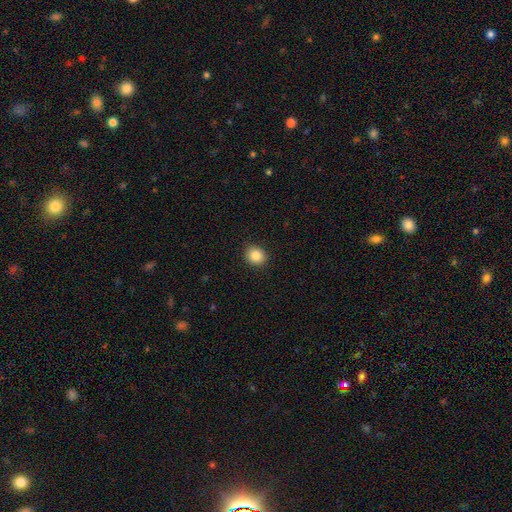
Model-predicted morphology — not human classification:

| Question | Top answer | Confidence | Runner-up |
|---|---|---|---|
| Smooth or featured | smooth | 86% | star or artifact (9%) |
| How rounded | round | 70% | in between (29%) |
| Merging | none | 90% | minor disturbance (7%) |